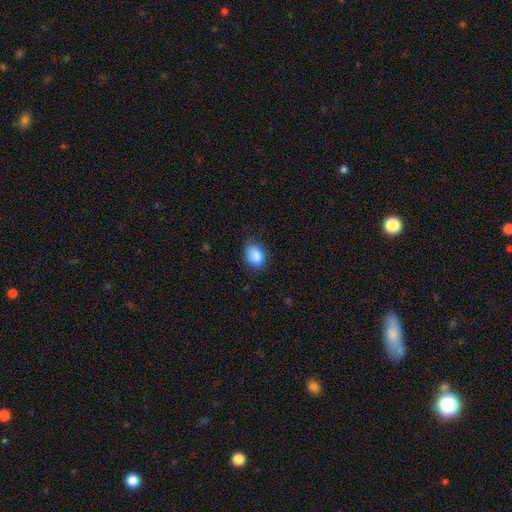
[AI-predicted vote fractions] smooth-or-featured: smooth: 87% | star or artifact: 8% | featured or disk: 5%
  how-rounded: in between: 71% | round: 28% | cigar-shaped: 1%
  merging: none: 70% | minor disturbance: 24% | major disturbance: 4% | merger: 1%